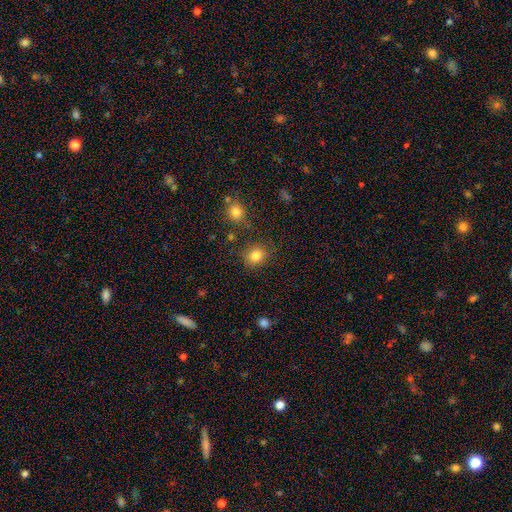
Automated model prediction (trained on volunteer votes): smooth-or-featured: smooth: 83% | star or artifact: 11% | featured or disk: 6%
  how-rounded: round: 76% | in between: 23% | cigar-shaped: 1%
  merging: none: 81% | minor disturbance: 11% | merger: 4% | major disturbance: 4%